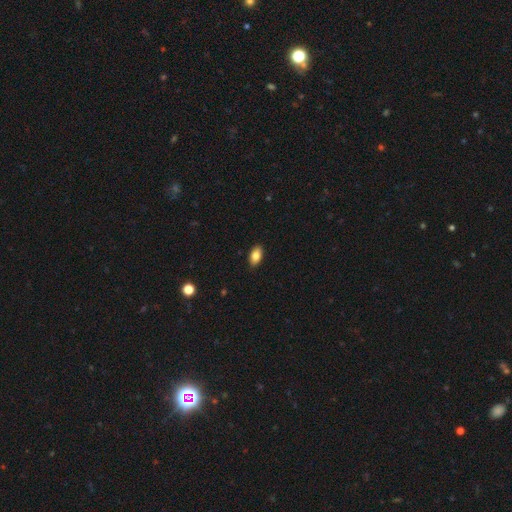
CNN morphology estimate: This appears to be a smooth galaxy with no disk features (85%) that is in between round and cigar-shaped (92%). Merging: none (89%).